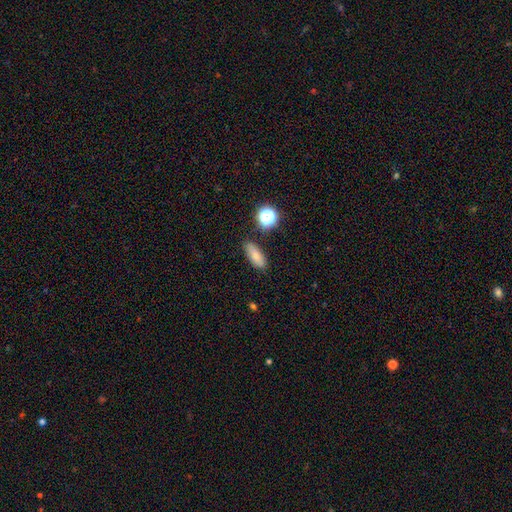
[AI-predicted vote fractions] Overall: smooth (74%). How rounded: in between (73%). Merging: none (80%).